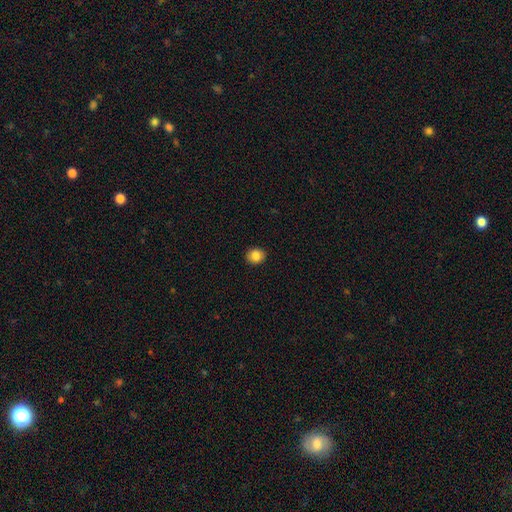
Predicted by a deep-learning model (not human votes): Smooth or featured: smooth — 85% (star or artifact — 9%)
How rounded: round — 81% (in between — 18%)
Merging: none — 91% (minor disturbance — 6%)